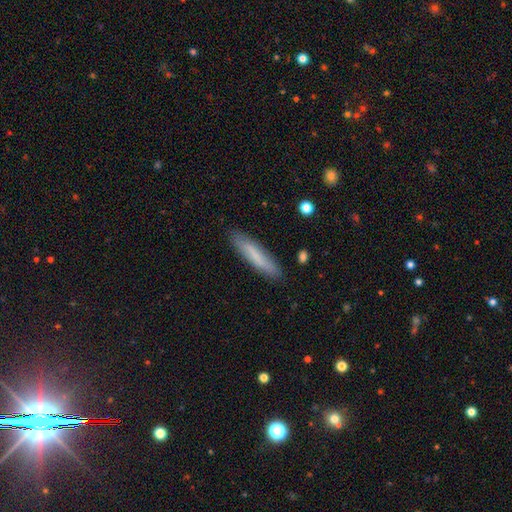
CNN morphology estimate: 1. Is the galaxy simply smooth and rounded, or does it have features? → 72% smooth, 21% featured or disk, 7% star or artifact.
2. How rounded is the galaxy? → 86% cigar-shaped, 13% in between, 1% round.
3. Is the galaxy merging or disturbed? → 86% none, 11% minor disturbance, 2% major disturbance, 1% merger.